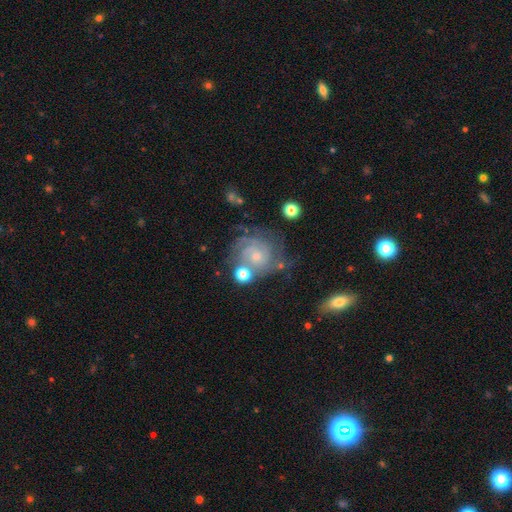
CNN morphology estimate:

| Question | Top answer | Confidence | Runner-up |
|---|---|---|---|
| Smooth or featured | featured or disk | 76% | smooth (16%) |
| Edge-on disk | no | 98% | yes (2%) |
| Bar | no | 73% | weak (23%) |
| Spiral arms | yes | 93% | no (7%) |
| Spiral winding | tight | 64% | medium (28%) |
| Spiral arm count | can't tell | 34% | 3 (23%) |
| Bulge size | small | 52% | moderate (36%) |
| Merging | none | 53% | minor disturbance (20%) |